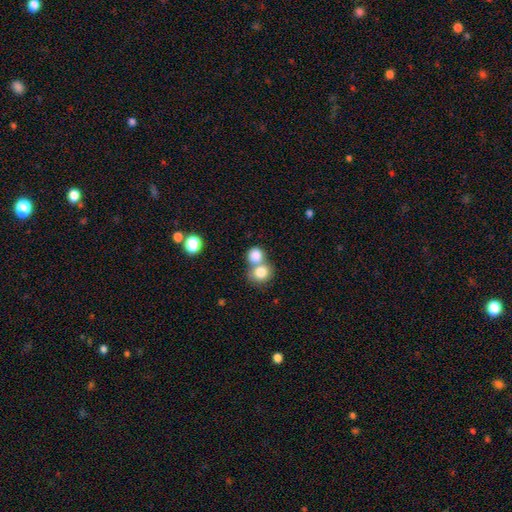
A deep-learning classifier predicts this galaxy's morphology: type=smooth (82%); roundness=round (80%); merging=merger (53%).